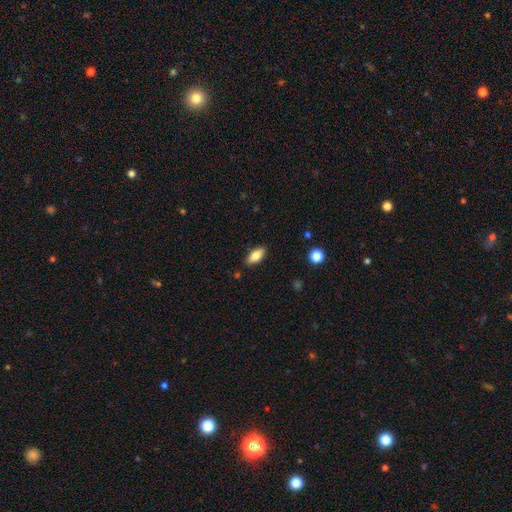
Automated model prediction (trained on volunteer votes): A smooth galaxy with no disk features (77%) that is in between round and cigar-shaped (87%).

Vote fractions:
- Smooth or featured? smooth: 77% / featured or disk: 16% / star or artifact: 7%
- How rounded? in between: 87% / cigar-shaped: 11% / round: 3%
- Merging? none: 88% / minor disturbance: 9% / major disturbance: 2% / merger: 1%